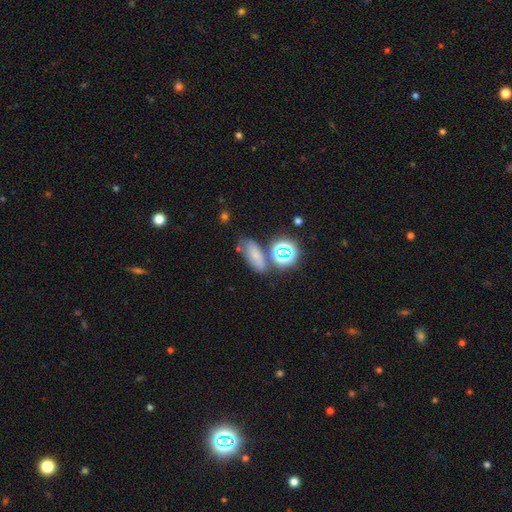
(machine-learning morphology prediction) type=smooth (59%); roundness=in between (69%); merging=none (58%).